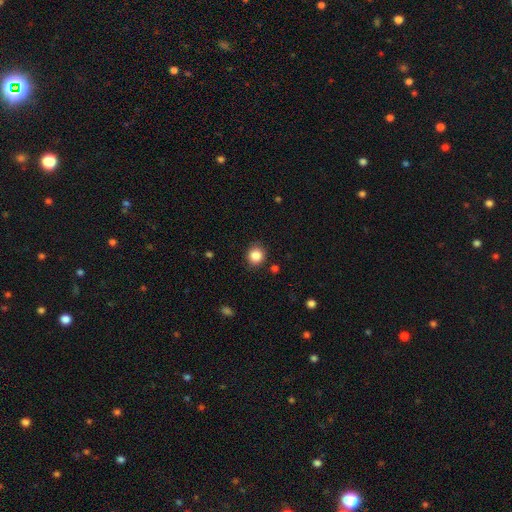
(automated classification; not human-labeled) Smooth or featured?
  - smooth: 86% *
  - star or artifact: 10%
  - featured or disk: 4%
How rounded?
  - round: 87% *
  - in between: 12%
  - cigar-shaped: 1%
Merging?
  - none: 87% *
  - minor disturbance: 9%
  - major disturbance: 2%
  - merger: 2%